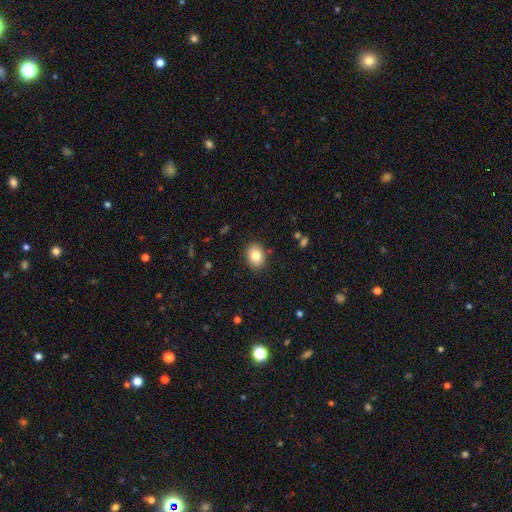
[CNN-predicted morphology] Overall: smooth (82%). How rounded: in between (59%; round 40%). Merging: none (88%).